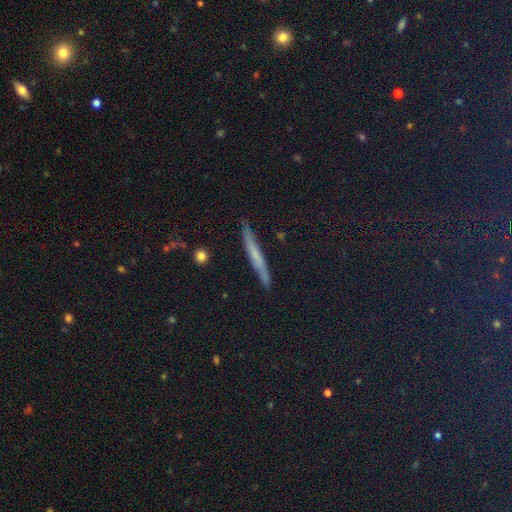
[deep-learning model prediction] Smooth or featured? smooth (46%)
Merging? none (84%)